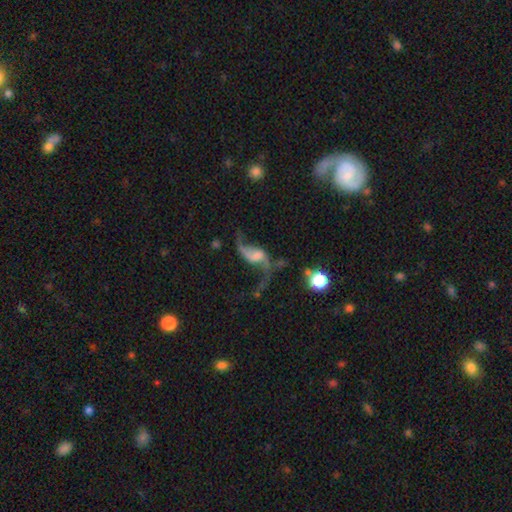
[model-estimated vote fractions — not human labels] Smooth or featured?
  - featured or disk: 86% *
  - smooth: 7%
  - star or artifact: 7%
Edge-on disk?
  - no: 96% *
  - yes: 4%
Bar?
  - no: 41% *
  - weak: 40%
  - strong: 19%
Spiral arms?
  - yes: 95% *
  - no: 5%
Spiral winding?
  - loose: 93% *
  - medium: 5%
  - tight: 2%
Spiral arm count?
  - 2: 93% *
  - 1: 3%
  - can't tell: 1%
  - 3: 1%
  - 4: 1%
  - more than 4: 1%
Bulge size?
  - none: 30% *
  - small: 29%
  - moderate: 25%
  - large: 12%
  - dominant: 4%
Merging?
  - none: 56% *
  - major disturbance: 21%
  - minor disturbance: 16%
  - merger: 8%